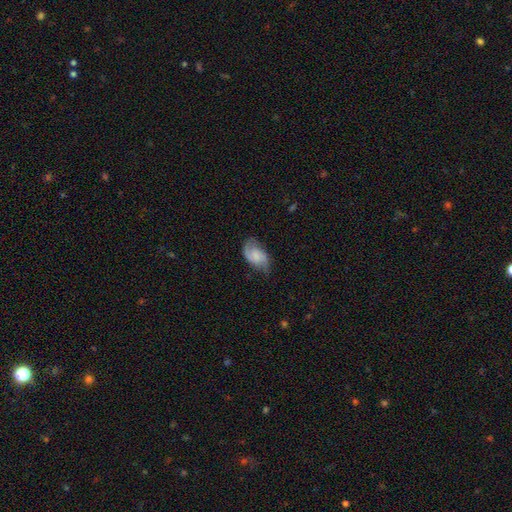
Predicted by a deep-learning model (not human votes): This appears to be a featured or disk galaxy (54%) with no bar (55%), spiral arms (89%) and no central bulge (39%). Merging: none (58%).